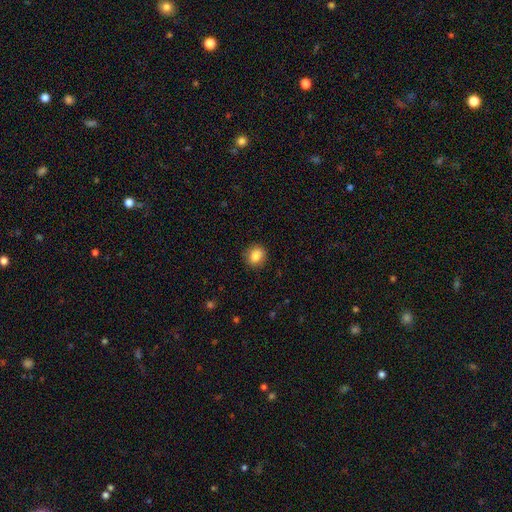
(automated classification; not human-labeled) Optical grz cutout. It shows a smooth galaxy with no disk features (86%) that is round (75%). Merging: none (89%).